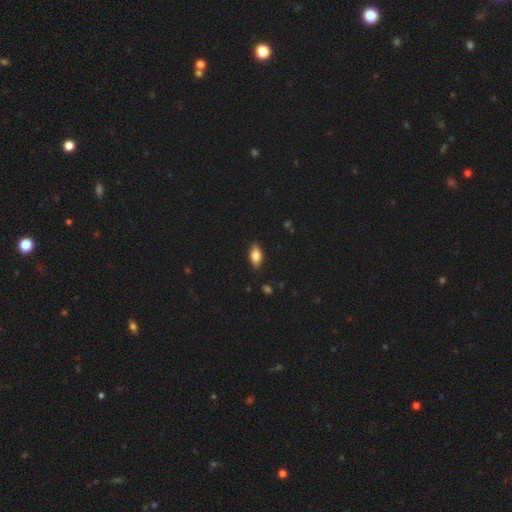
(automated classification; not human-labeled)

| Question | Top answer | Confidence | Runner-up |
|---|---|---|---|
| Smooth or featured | smooth | 79% | featured or disk (13%) |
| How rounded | in between | 87% | cigar-shaped (10%) |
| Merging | none | 86% | minor disturbance (11%) |